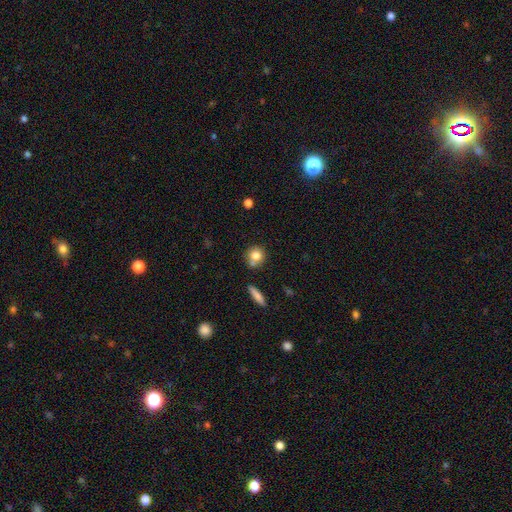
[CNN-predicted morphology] The model was most divided on "merging": none: 64%, merger: 20%, minor disturbance: 12%, major disturbance: 4%. More confident: how rounded — round (87%); smooth or featured — smooth (79%).